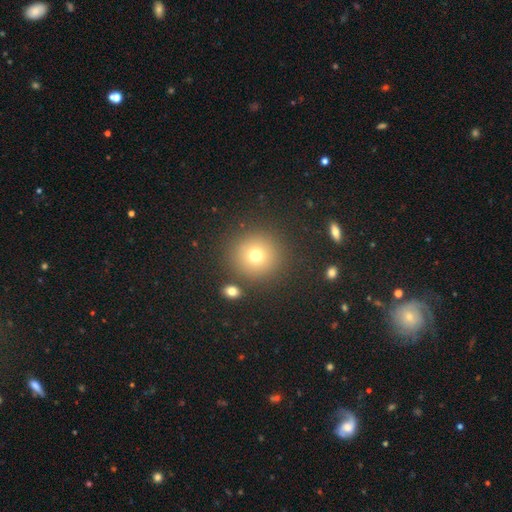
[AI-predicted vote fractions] This is likely a smooth galaxy (73%). How rounded: clearly round (93%). Merging: clearly none (86%).